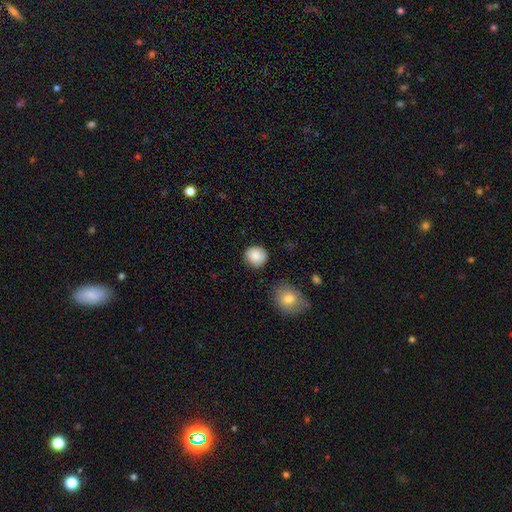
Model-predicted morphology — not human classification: Smooth or featured: smooth — 85% (star or artifact — 8%)
How rounded: round — 87% (in between — 12%)
Merging: none — 81% (minor disturbance — 13%)